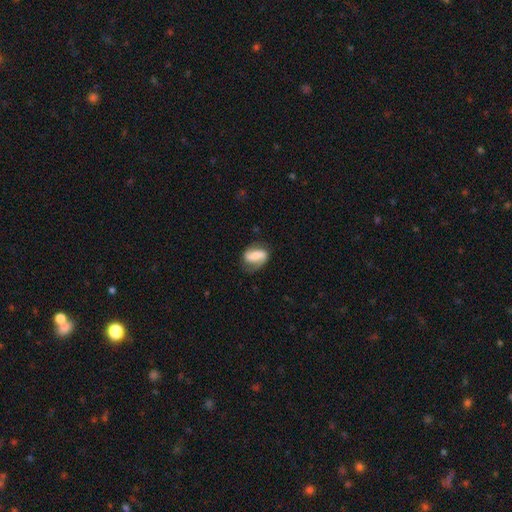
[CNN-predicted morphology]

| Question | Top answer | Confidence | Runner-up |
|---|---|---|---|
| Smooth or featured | featured or disk | 58% | smooth (34%) |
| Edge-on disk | no | 96% | yes (4%) |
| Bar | strong | 44% | weak (32%) |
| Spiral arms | yes | 88% | no (12%) |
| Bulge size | small | 30% | moderate (28%) |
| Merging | none | 60% | minor disturbance (25%) |